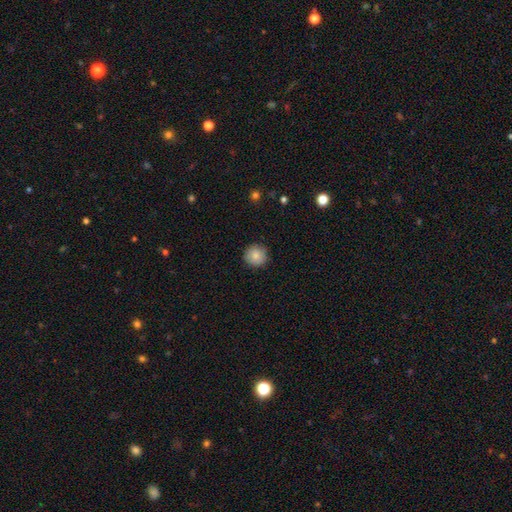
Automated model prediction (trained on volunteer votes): Smooth or featured: smooth — 85% (star or artifact — 8%)
How rounded: round — 94% (in between — 5%)
Merging: none — 89% (minor disturbance — 8%)